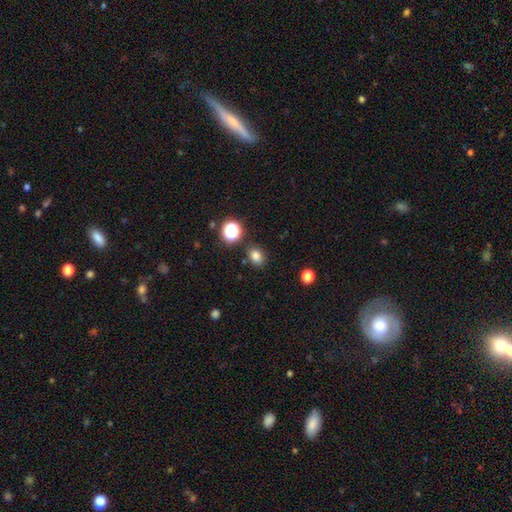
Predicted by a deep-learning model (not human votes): This appears to be a smooth galaxy with no disk features (79%) that is in between round and cigar-shaped (53%). Merging: none (83%).